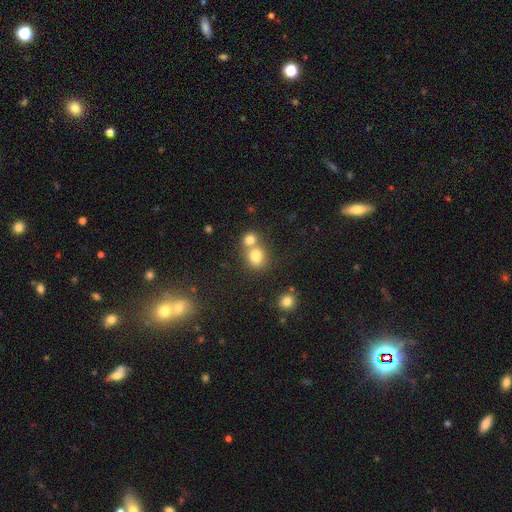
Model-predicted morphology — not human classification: Overall: smooth (78%). How rounded: round (73%). Merging: merger (47%; none 43%).